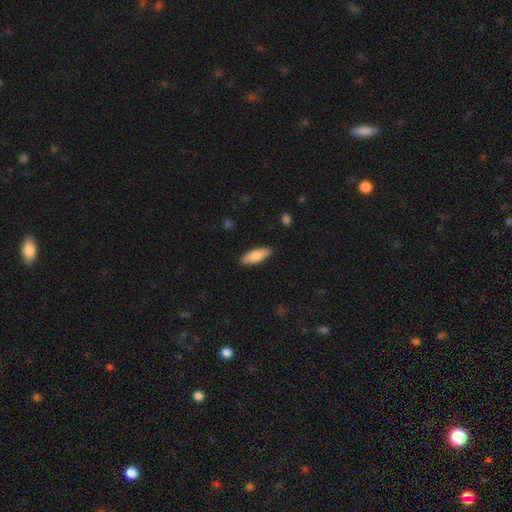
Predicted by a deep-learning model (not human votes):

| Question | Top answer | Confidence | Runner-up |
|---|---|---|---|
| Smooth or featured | smooth | 75% | featured or disk (20%) |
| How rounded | in between | 57% | cigar-shaped (41%) |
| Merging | none | 89% | minor disturbance (8%) |